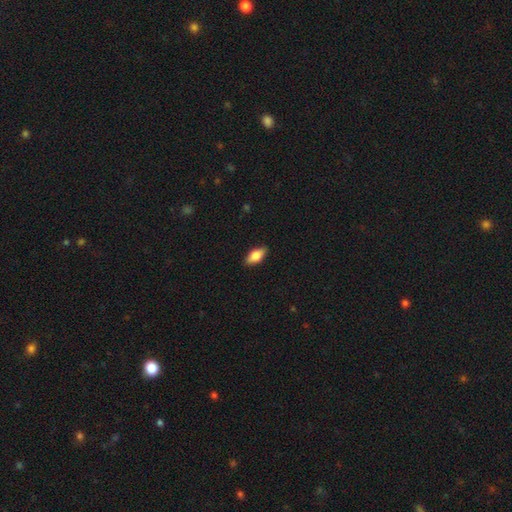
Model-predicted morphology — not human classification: Q: Smooth or featured?
A: smooth (70%); runner-up: featured or disk (23%)
Q: How rounded?
A: in between (84%); runner-up: cigar-shaped (13%)
Q: Merging?
A: none (88%); runner-up: minor disturbance (9%)